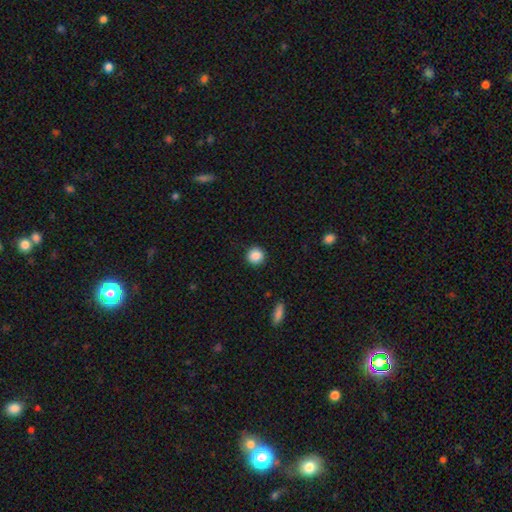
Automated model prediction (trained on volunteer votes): This is clearly a smooth galaxy (87%). How rounded: clearly round (94%). Merging: clearly none (92%).